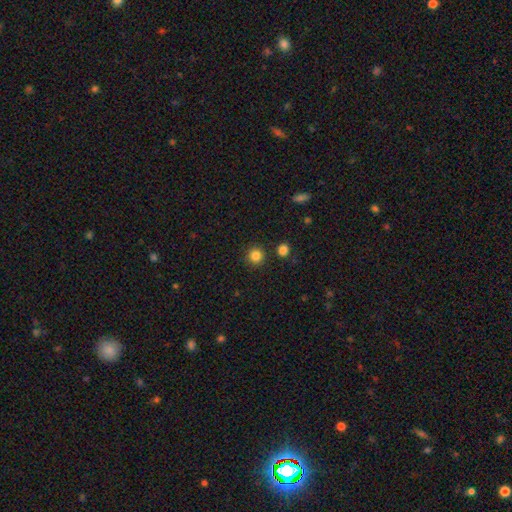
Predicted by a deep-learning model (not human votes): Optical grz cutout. It shows a smooth galaxy with no disk features (84%) that is round (93%). Merging: none (88%).